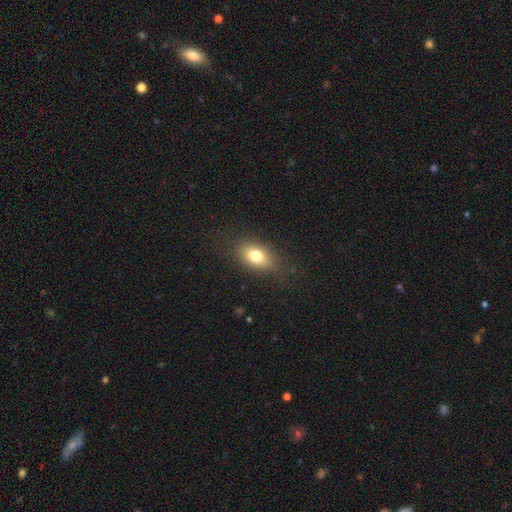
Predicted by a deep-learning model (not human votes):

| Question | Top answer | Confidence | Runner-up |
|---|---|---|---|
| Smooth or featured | smooth | 76% | featured or disk (14%) |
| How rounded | in between | 83% | round (14%) |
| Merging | none | 81% | minor disturbance (13%) |